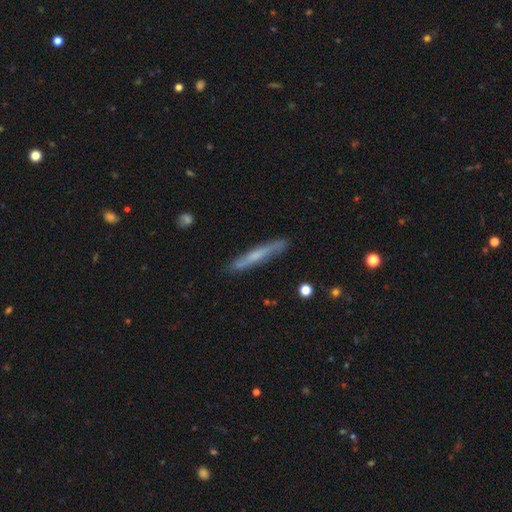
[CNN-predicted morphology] type=featured or disk (48%); merging=none (84%).